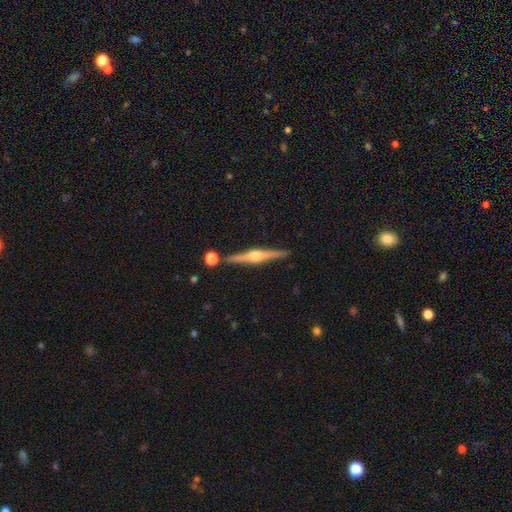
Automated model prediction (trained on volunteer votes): featured or disk 79%, smooth 15%, star or artifact 6%. Down the decision tree: edge-on disk — yes (98%); edge-on bulge — rounded (93%); merging — none (86%).